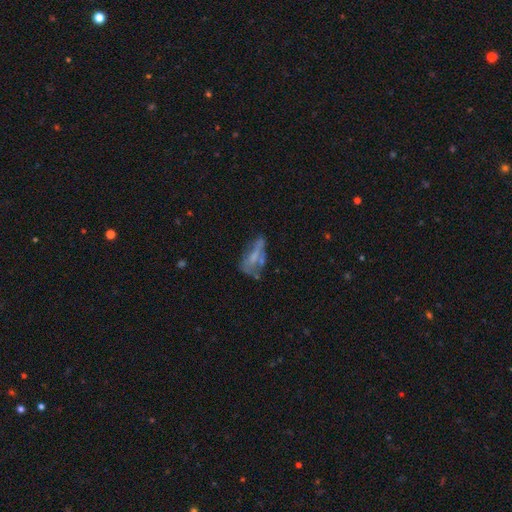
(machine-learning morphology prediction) Q: Smooth or featured?
A: featured or disk (46%); runner-up: smooth (41%)
Q: Merging?
A: none (35%); runner-up: major disturbance (27%)